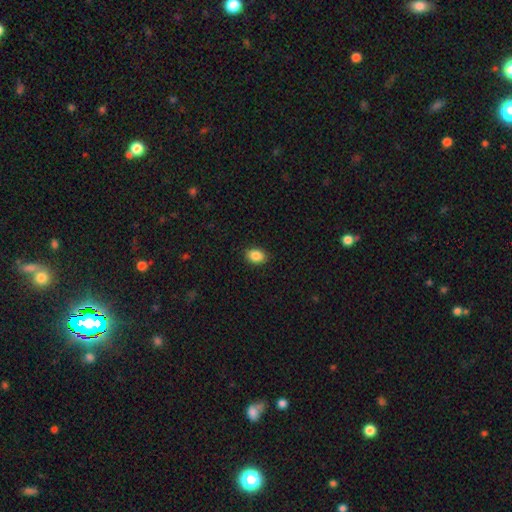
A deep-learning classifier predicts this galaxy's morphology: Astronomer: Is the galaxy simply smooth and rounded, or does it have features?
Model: smooth — 87%.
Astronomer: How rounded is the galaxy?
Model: in between — 73%.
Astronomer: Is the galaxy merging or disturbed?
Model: none — 89%.